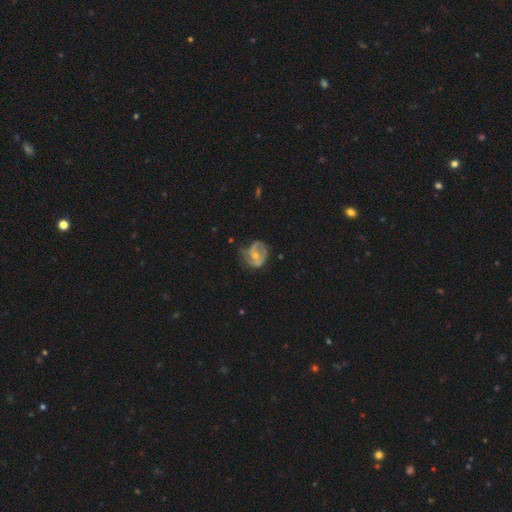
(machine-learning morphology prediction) Smooth or featured? Predicted: featured or disk (p=0.69). Edge-on disk? Predicted: no (p=0.97). Bar? Predicted: no (p=0.47). Spiral arms? Predicted: yes (p=0.76). Spiral winding? Predicted: medium (p=0.41). Spiral arm count? Predicted: 2 (p=0.52). Bulge size? Predicted: small (p=0.49). Merging? Predicted: none (p=0.46).